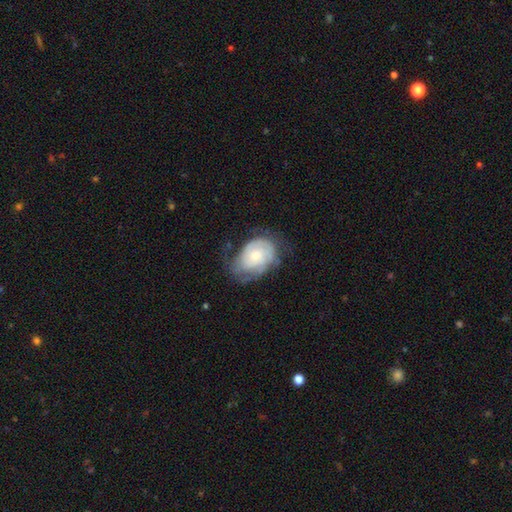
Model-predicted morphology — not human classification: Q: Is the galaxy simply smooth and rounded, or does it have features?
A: featured or disk — 61%.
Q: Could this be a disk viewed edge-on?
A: no — 97%.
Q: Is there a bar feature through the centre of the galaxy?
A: no — 79%.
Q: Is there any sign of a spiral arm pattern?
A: yes — 79%.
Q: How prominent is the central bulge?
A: small — 54%.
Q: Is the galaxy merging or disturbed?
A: none — 50%.